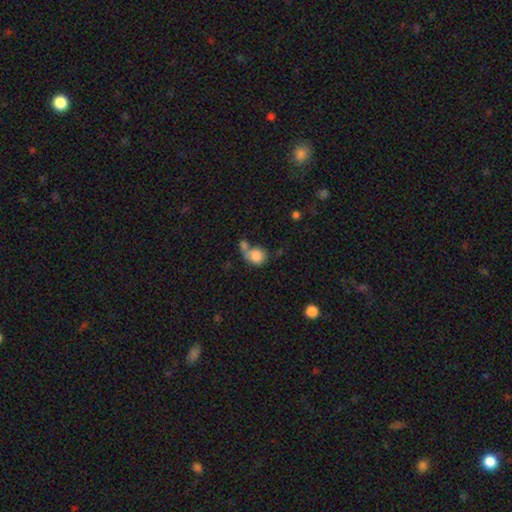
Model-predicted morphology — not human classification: Overall: smooth (82%). How rounded: round (71%). Merging: merger (46%; none 33%).